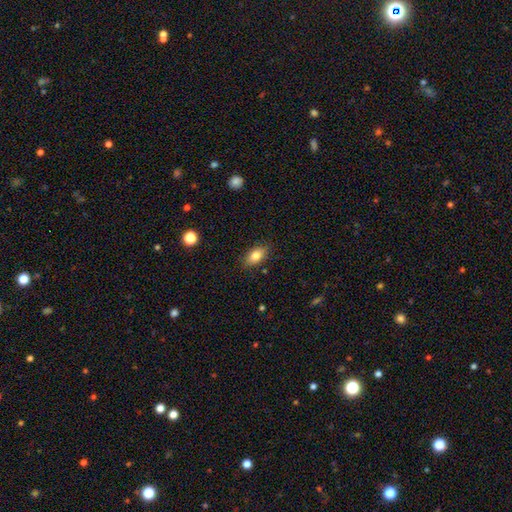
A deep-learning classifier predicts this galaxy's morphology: A smooth galaxy with no disk features (81%) that is in between round and cigar-shaped (87%). Merging: none (85%).